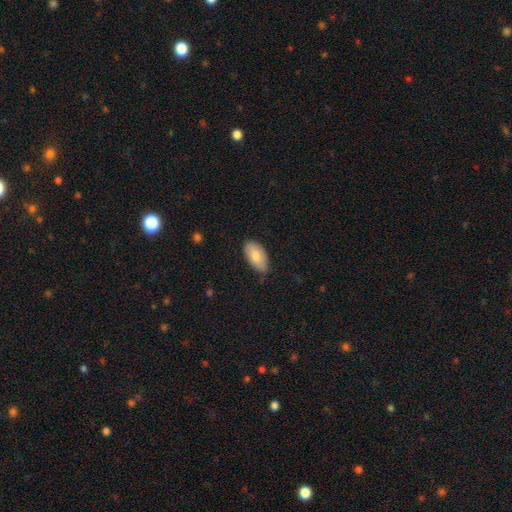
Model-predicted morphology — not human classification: Overall: smooth (76%). How rounded: in between (94%). Merging: none (75%).